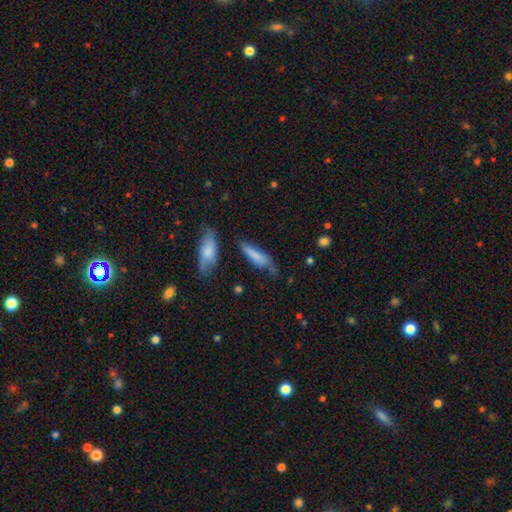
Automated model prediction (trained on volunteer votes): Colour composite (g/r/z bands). It shows a smooth galaxy with no disk features (77%) that is cigar-shaped (64%). Merging: none (51%).